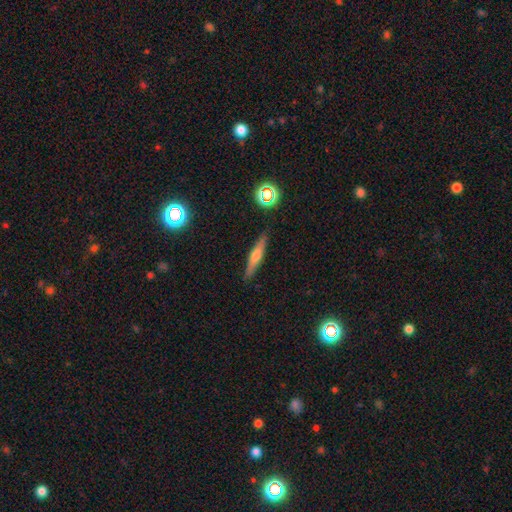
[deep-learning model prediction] Smooth or featured? smooth (45%, tied with featured or disk)
Merging? none (89%)